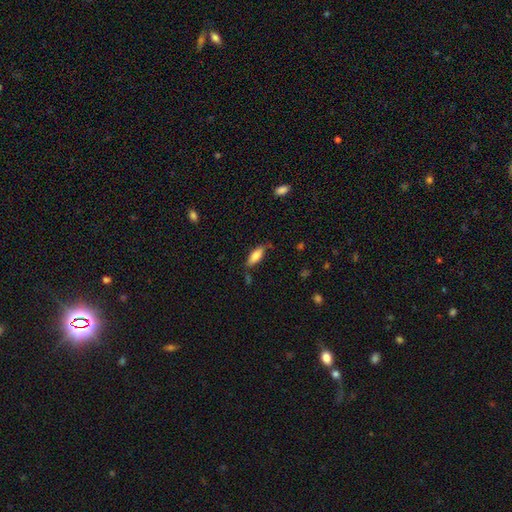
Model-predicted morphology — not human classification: A smooth galaxy with no disk features (77%) that is in between round and cigar-shaped (70%).

Vote fractions:
- Smooth or featured? smooth: 77% / featured or disk: 16% / star or artifact: 7%
- How rounded? in between: 70% / cigar-shaped: 28% / round: 2%
- Merging? none: 73% / minor disturbance: 20% / major disturbance: 4% / merger: 4%